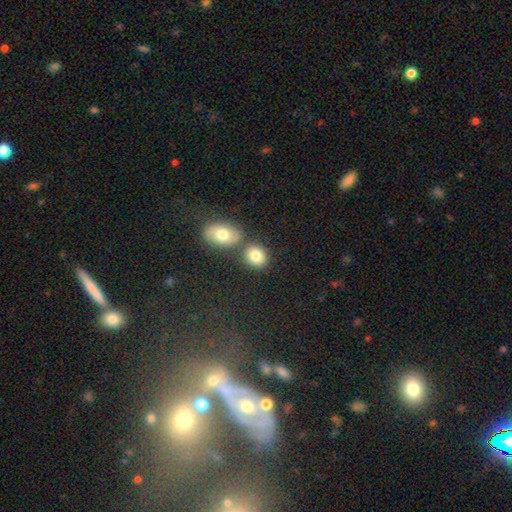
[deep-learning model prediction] The model was most divided on "how rounded": round: 52%, in between: 47%, cigar-shaped: 1%. More confident: smooth or featured — smooth (82%); merging — none (67%).